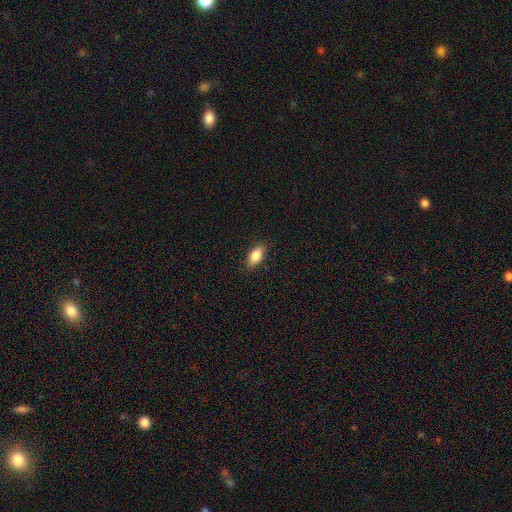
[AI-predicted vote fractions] The model was most divided on "smooth or featured": smooth: 81%, featured or disk: 12%, star or artifact: 7%. More confident: merging — none (87%); how rounded — in between (86%).